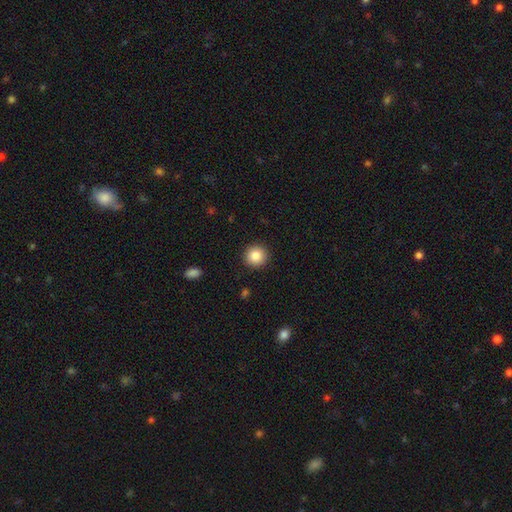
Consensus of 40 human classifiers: Morphology: type=smooth (82%); roundness=round (94%); merging=none (97%).